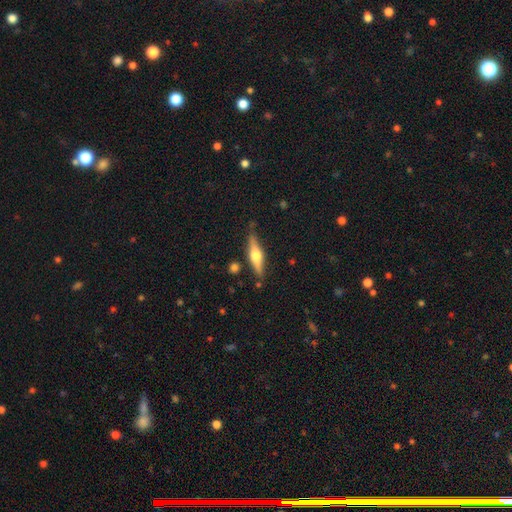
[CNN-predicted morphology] smooth-or-featured: featured or disk: 62% | smooth: 32% | star or artifact: 6%
  disk-edge-on: yes: 95% | no: 5%
    edge-on-bulge: rounded: 93% | boxy: 4% | none: 2%
  merging: none: 82% | minor disturbance: 12% | merger: 3% | major disturbance: 3%